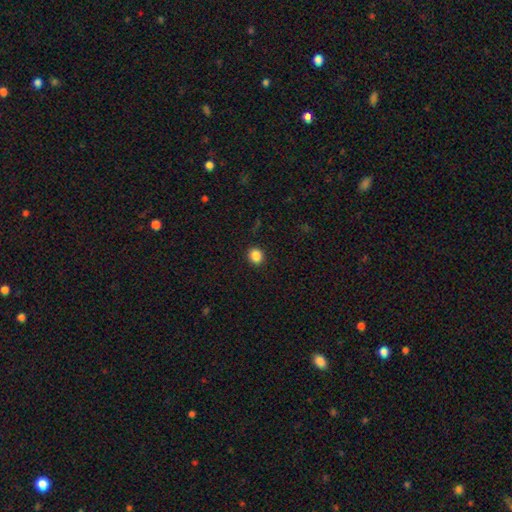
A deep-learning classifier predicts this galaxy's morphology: Smooth or featured: smooth — 87% (star or artifact — 10%)
How rounded: round — 77% (in between — 22%)
Merging: none — 91% (minor disturbance — 6%)